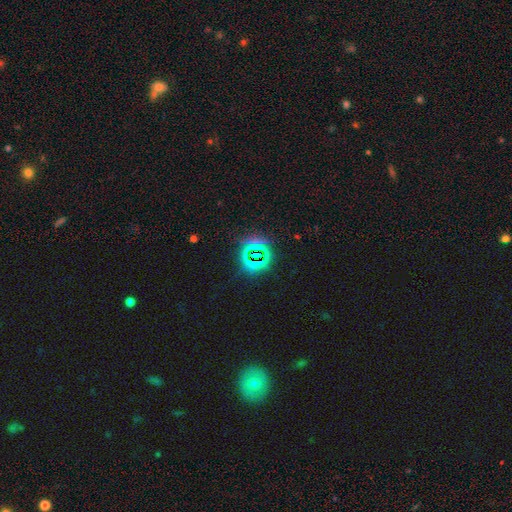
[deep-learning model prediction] Smooth or featured? star or artifact (73%)